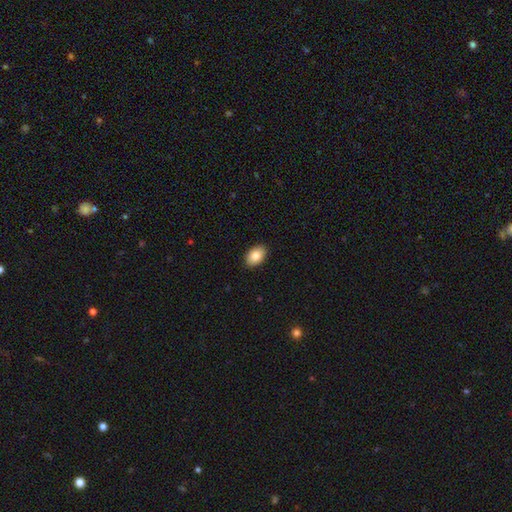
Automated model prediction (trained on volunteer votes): smooth_or_featured: smooth (p=0.85) [alt: featured or disk p=0.08]
how_rounded: in between (p=0.88) [alt: round p=0.11]
merging: none (p=0.91) [alt: minor disturbance p=0.07]